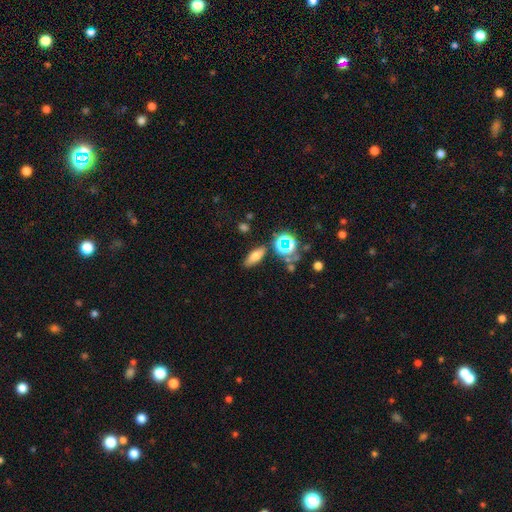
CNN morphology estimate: Smooth or featured? Predicted: smooth (p=0.68). How rounded? Predicted: in between (p=0.68). Merging? Predicted: none (p=0.78).